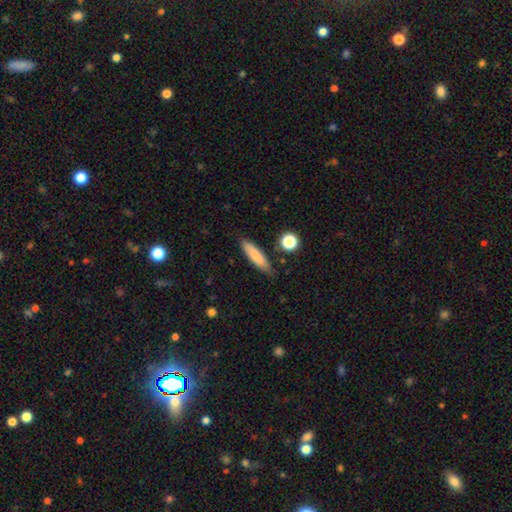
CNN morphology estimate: Smooth or featured: smooth — 79% (featured or disk — 14%)
How rounded: cigar-shaped — 70% (in between — 28%)
Merging: none — 83% (minor disturbance — 12%)